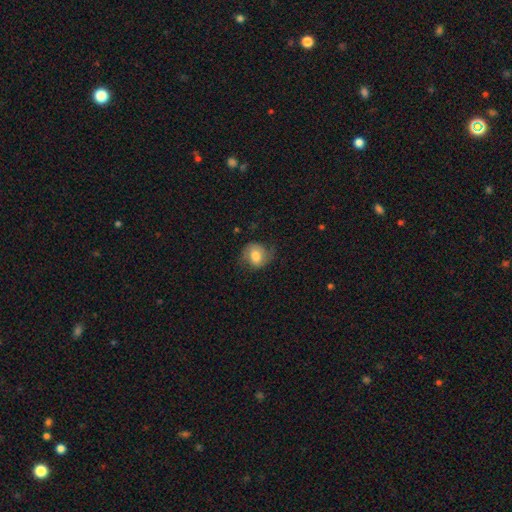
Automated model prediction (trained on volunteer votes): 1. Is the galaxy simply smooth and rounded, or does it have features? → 54% smooth, 38% featured or disk, 8% star or artifact.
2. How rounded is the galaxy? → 65% round, 34% in between, 1% cigar-shaped.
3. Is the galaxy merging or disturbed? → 64% none, 23% minor disturbance, 11% major disturbance, 1% merger.